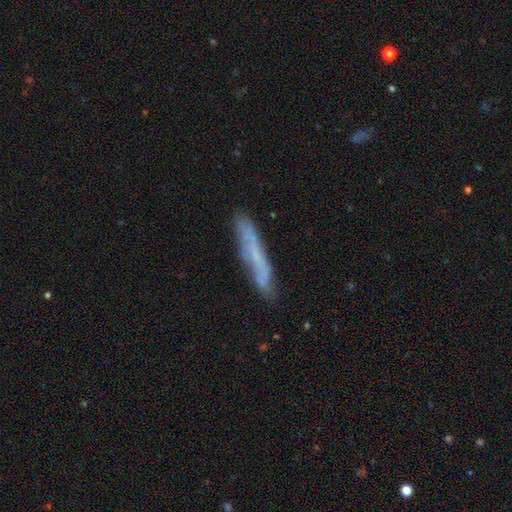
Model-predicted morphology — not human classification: smooth-or-featured: smooth: 49% | featured or disk: 43% | star or artifact: 8%
  merging: none: 80% | minor disturbance: 15% | major disturbance: 3% | merger: 2%